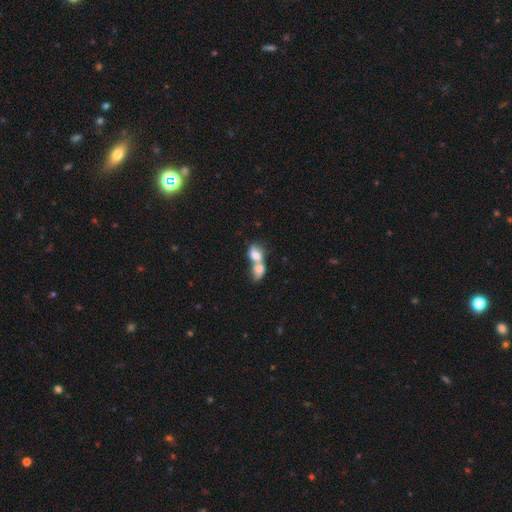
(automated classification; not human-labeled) Overall: smooth (73%). How rounded: in between (75%). Merging: merger (82%).